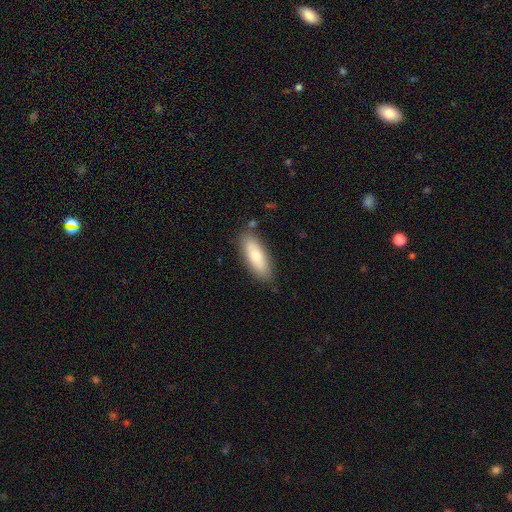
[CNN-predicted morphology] Smooth or featured? smooth (72%)
How rounded? in between (65%)
Merging? none (82%)